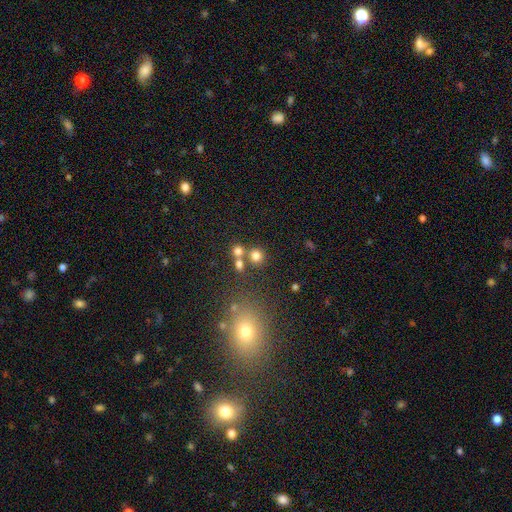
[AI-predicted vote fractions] Smooth or featured?
  - smooth: 74% *
  - star or artifact: 17%
  - featured or disk: 9%
How rounded?
  - round: 88% *
  - in between: 11%
  - cigar-shaped: 1%
Merging?
  - none: 61% *
  - merger: 28%
  - minor disturbance: 7%
  - major disturbance: 4%